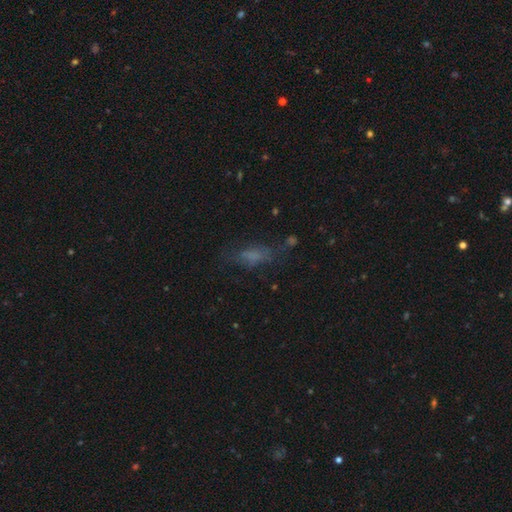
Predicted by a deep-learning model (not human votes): Q: Smooth or featured?
A: smooth (56%); runner-up: featured or disk (24%)
Q: How rounded?
A: in between (60%); runner-up: cigar-shaped (35%)
Q: Merging?
A: none (56%); runner-up: minor disturbance (22%)